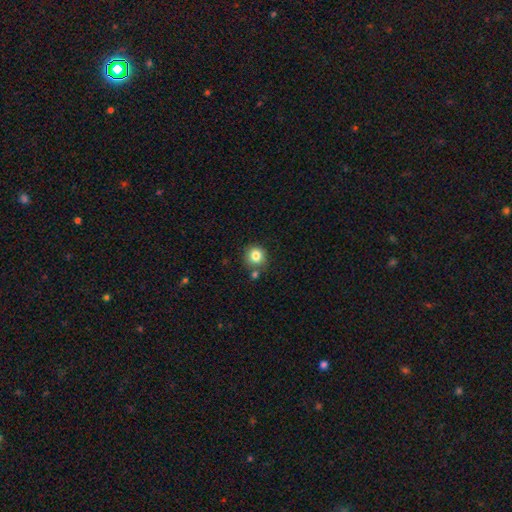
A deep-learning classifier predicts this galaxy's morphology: Q: Smooth or featured?
A: smooth (83%); runner-up: star or artifact (11%)
Q: How rounded?
A: round (91%); runner-up: in between (8%)
Q: Merging?
A: none (75%); runner-up: merger (11%)